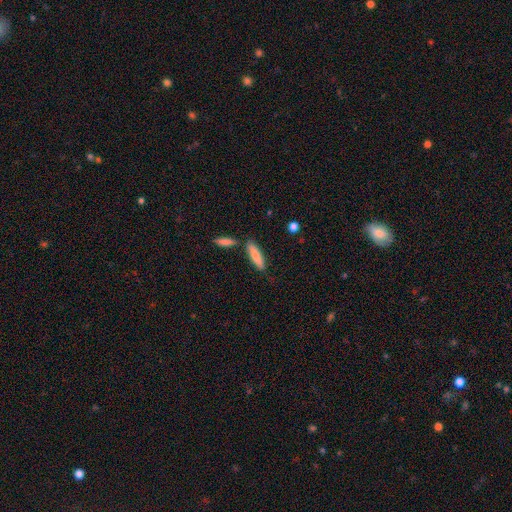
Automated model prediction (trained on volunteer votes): A smooth galaxy with no disk features (81%) that is cigar-shaped (73%). Merging: none (76%).